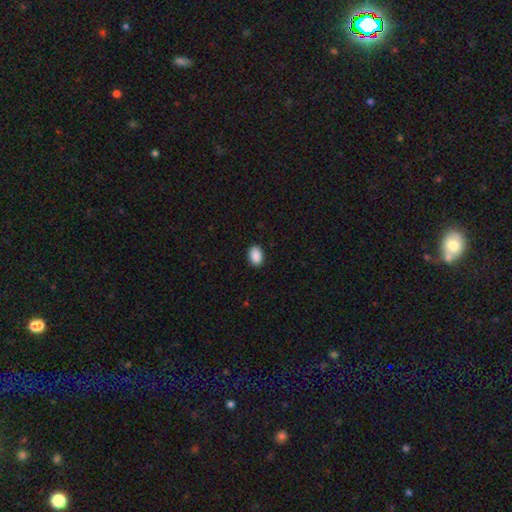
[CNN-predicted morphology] smooth_or_featured: smooth (p=0.90) [alt: star or artifact p=0.08]
how_rounded: in between (p=0.85) [alt: round p=0.14]
merging: none (p=0.89) [alt: minor disturbance p=0.08]